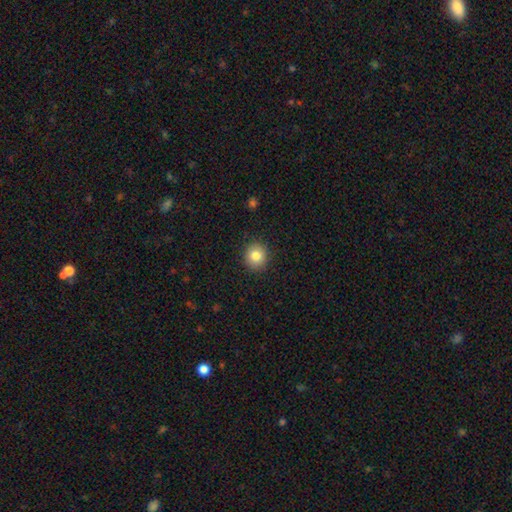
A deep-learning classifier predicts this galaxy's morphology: Smooth or featured? Predicted: smooth (p=0.82). How rounded? Predicted: round (p=0.87). Merging? Predicted: none (p=0.91).